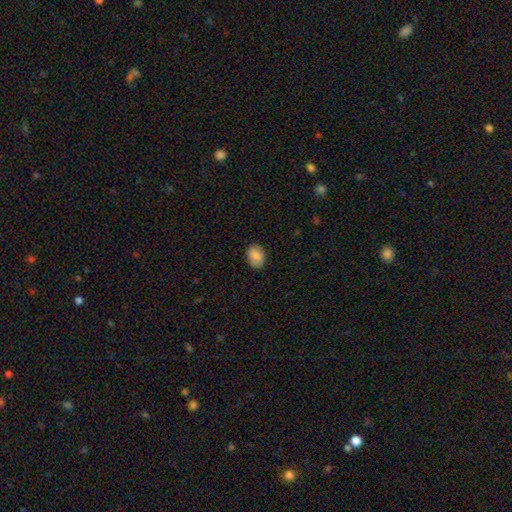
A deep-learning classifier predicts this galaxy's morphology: Smooth or featured? Predicted: smooth (p=0.87). How rounded? Predicted: in between (p=0.70). Merging? Predicted: none (p=0.84).